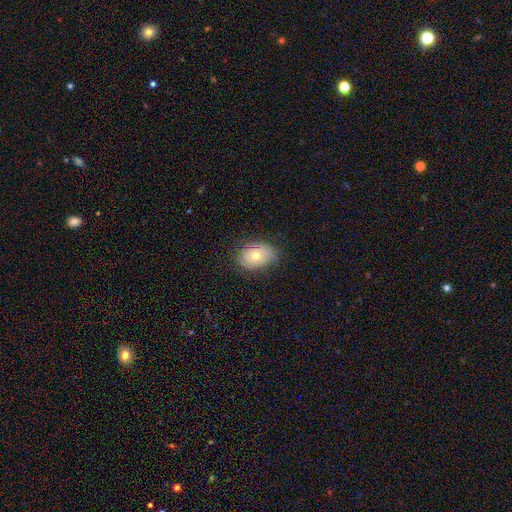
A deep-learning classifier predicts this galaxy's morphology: Smooth or featured? Predicted: smooth (p=0.53). How rounded? Predicted: in between (p=0.70). Merging? Predicted: none (p=0.70).